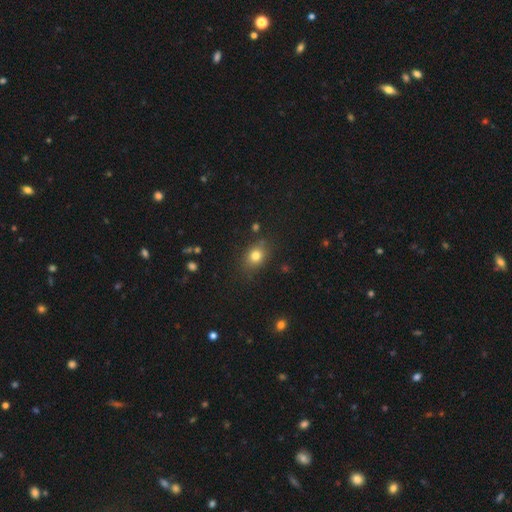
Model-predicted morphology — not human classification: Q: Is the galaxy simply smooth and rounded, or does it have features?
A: smooth — 80%.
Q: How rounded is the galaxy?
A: in between — 56%.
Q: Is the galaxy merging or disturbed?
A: none — 80%.